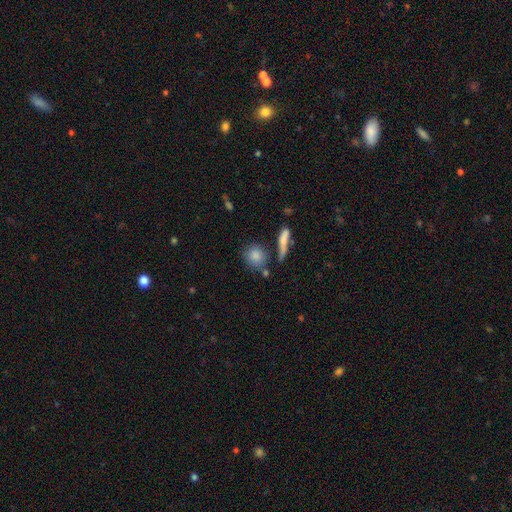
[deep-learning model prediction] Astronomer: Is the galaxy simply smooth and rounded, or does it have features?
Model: smooth — 82%.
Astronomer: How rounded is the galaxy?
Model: round — 71%.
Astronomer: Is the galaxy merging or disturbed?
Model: none — 67%.